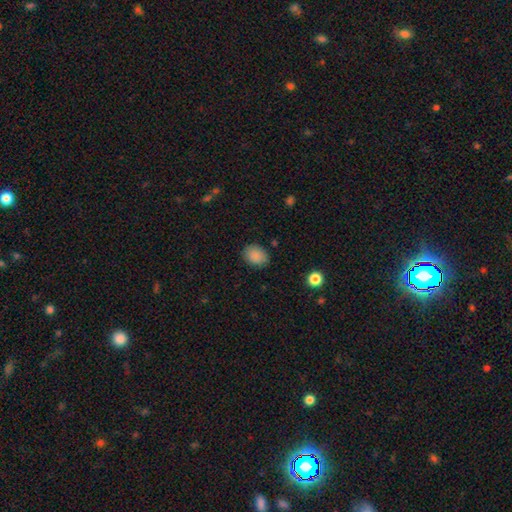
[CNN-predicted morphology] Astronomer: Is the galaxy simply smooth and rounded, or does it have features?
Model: smooth — 88%.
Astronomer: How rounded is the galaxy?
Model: in between — 63%.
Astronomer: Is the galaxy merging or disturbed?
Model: none — 84%.